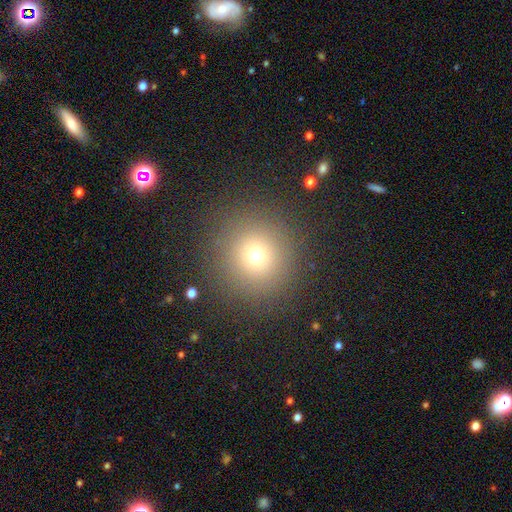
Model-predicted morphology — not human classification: Overall: smooth (70%). How rounded: round (95%). Merging: none (89%).